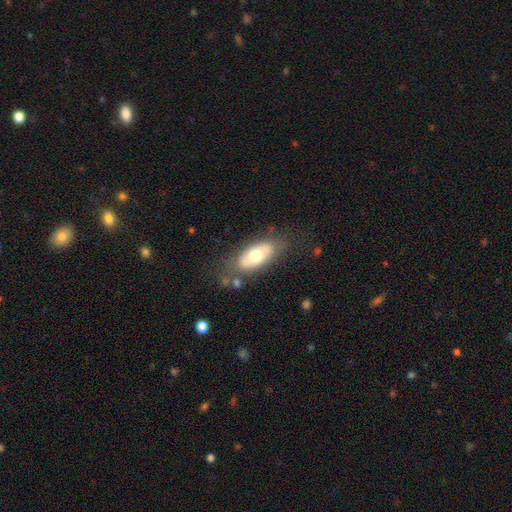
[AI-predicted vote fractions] The model was most divided on "smooth or featured": smooth: 55%, featured or disk: 39%, star or artifact: 6%. More confident: how rounded — in between (88%); merging — none (72%).